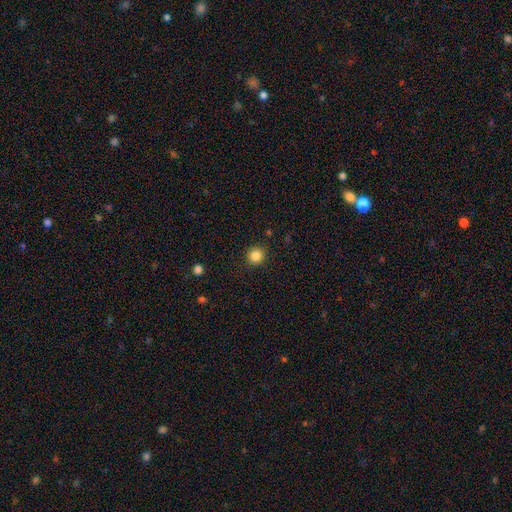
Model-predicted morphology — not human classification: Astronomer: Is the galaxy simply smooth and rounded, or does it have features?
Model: smooth — 85%.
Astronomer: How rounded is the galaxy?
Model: round — 92%.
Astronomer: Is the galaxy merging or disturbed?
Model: none — 91%.